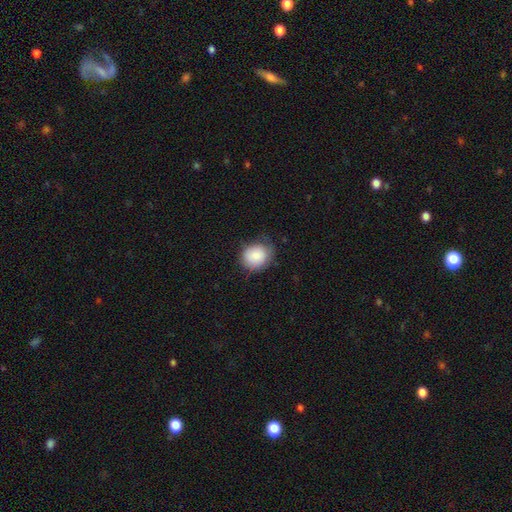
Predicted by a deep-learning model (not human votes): A smooth galaxy with no disk features (83%) that is round (70%).

Vote fractions:
- Smooth or featured? smooth: 83% / featured or disk: 9% / star or artifact: 8%
- How rounded? round: 70% / in between: 29% / cigar-shaped: 1%
- Merging? none: 64% / minor disturbance: 28% / major disturbance: 7% / merger: 1%